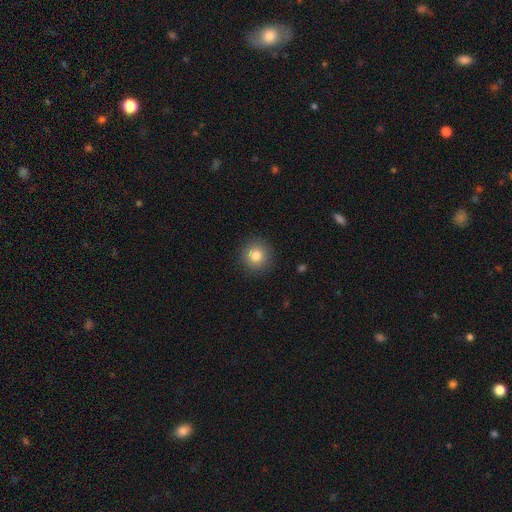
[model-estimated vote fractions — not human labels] smooth 81%, star or artifact 10%, featured or disk 8%. Down the decision tree: how rounded — round (94%); merging — none (91%).